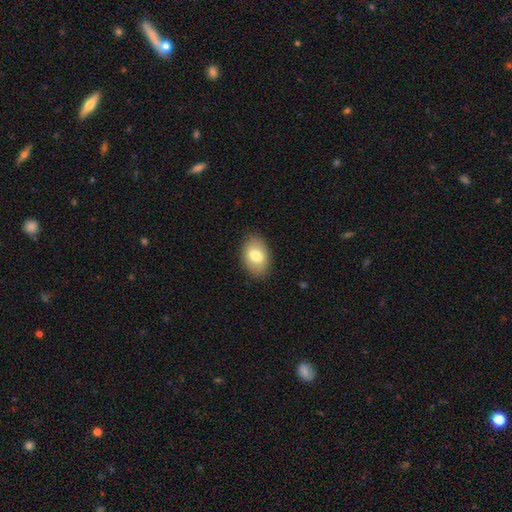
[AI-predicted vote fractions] The model was most divided on "smooth or featured": smooth: 77%, featured or disk: 16%, star or artifact: 7%. More confident: how rounded — in between (88%); merging — none (87%).